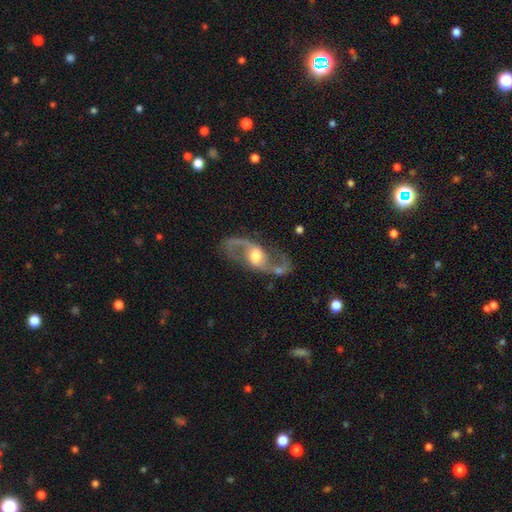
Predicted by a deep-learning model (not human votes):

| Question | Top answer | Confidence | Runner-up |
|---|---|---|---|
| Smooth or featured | featured or disk | 89% | smooth (6%) |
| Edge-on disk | no | 95% | yes (5%) |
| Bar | no | 41% | weak (39%) |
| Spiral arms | yes | 94% | no (6%) |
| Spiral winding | loose | 50% | medium (42%) |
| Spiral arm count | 2 | 93% | can't tell (2%) |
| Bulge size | moderate | 67% | large (17%) |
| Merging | none | 75% | minor disturbance (13%) |